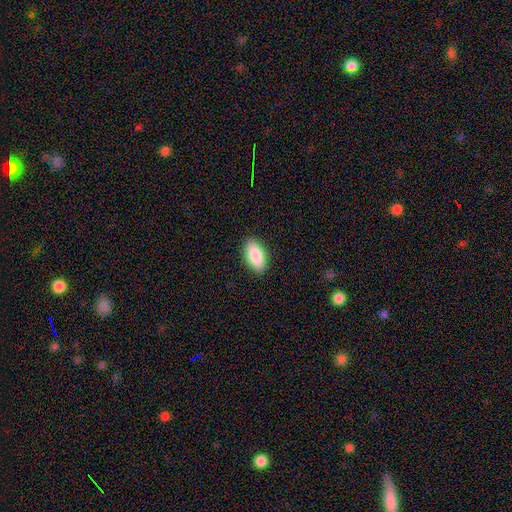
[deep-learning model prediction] Overall: smooth (86%). How rounded: in between (92%). Merging: none (89%).